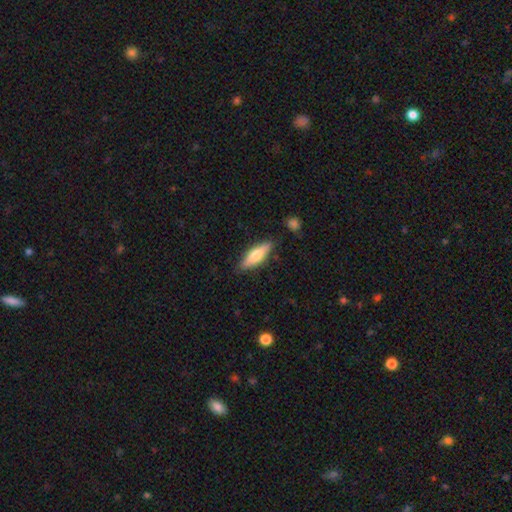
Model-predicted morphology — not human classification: This appears to be a smooth galaxy with no disk features (59%) that is cigar-shaped (53%). Merging: none (84%).